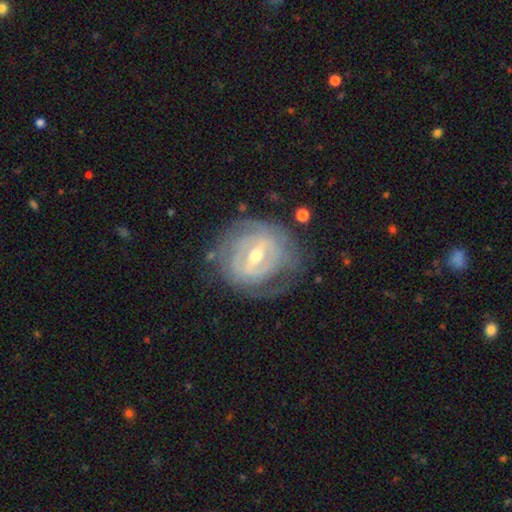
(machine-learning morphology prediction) smooth_or_featured: featured or disk (p=0.84) [alt: smooth p=0.11]
disk_edge_on: no (p=0.95) [alt: yes p=0.05]
bar: strong (p=0.46) [alt: weak p=0.41]
has_spiral_arms: yes (p=0.77) [alt: no p=0.23]
spiral_winding: tight (p=0.72) [alt: medium p=0.20]
spiral_arm_count: can't tell (p=0.48) [alt: 2 p=0.26]
bulge_size: moderate (p=0.61) [alt: small p=0.35]
merging: none (p=0.70) [alt: minor disturbance p=0.18]